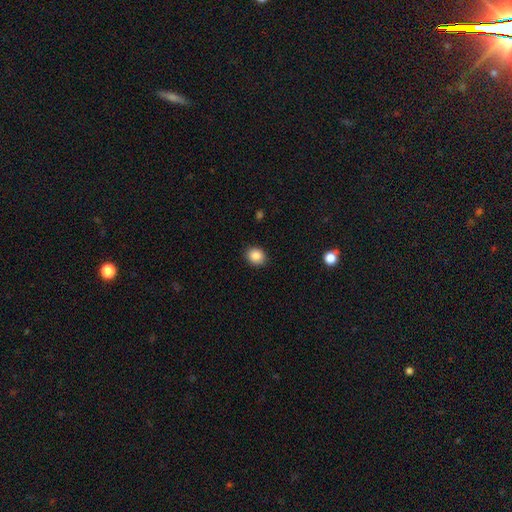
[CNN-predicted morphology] Overall: smooth (87%). How rounded: round (68%; in between 31%). Merging: none (89%).